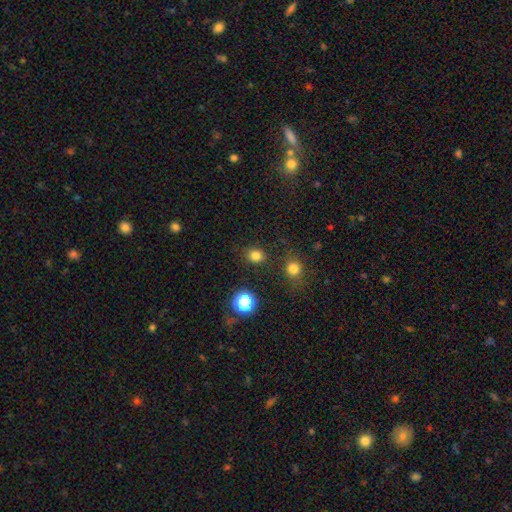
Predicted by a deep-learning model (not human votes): The model was most divided on "how rounded": round: 72%, in between: 27%, cigar-shaped: 1%. More confident: merging — none (85%); smooth or featured — smooth (79%).